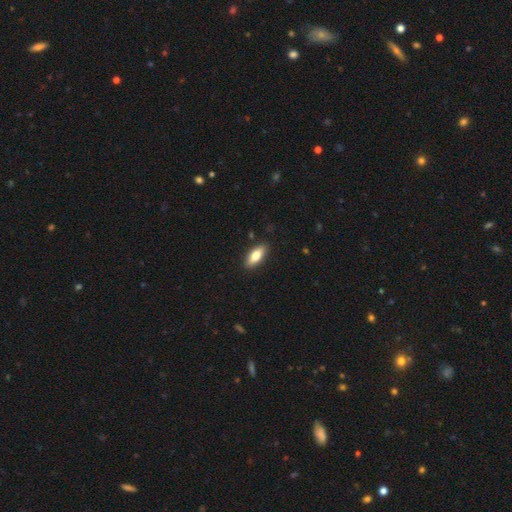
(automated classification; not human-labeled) The model was most divided on "how rounded": in between: 75%, cigar-shaped: 23%, round: 2%. More confident: merging — none (88%); smooth or featured — smooth (75%).